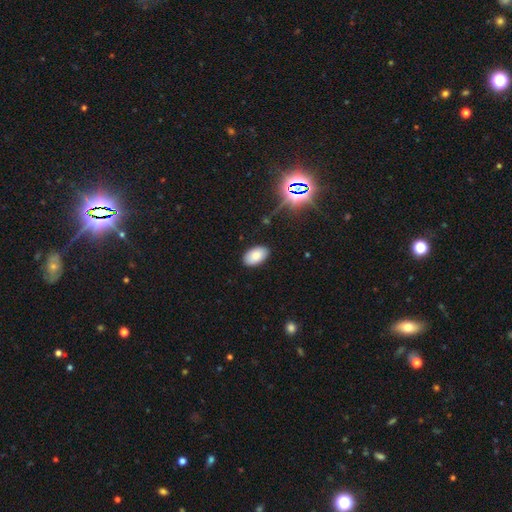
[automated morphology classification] Smooth or featured? smooth (83%)
How rounded? in between (94%)
Merging? none (88%)